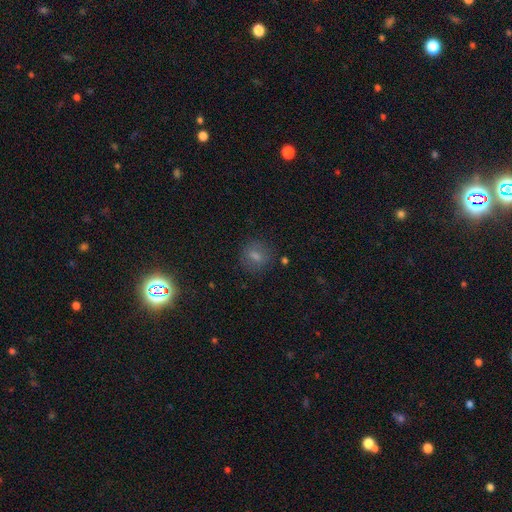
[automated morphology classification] Smooth or featured? smooth (72%)
How rounded? round (64%)
Merging? none (79%)